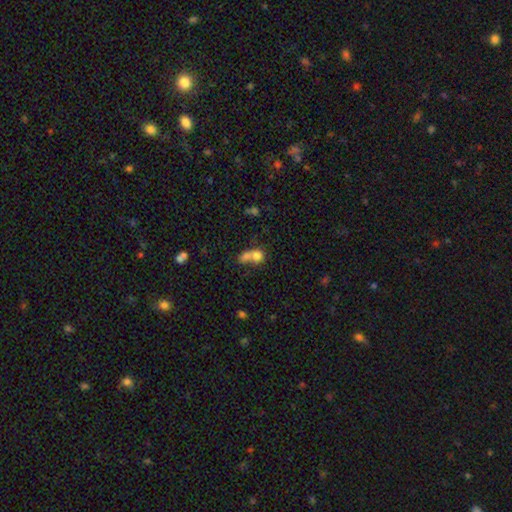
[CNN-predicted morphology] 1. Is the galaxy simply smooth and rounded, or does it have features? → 76% smooth, 13% featured or disk, 11% star or artifact.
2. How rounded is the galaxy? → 69% round, 30% in between, 2% cigar-shaped.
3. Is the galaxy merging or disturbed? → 66% merger, 23% none, 6% minor disturbance, 5% major disturbance.